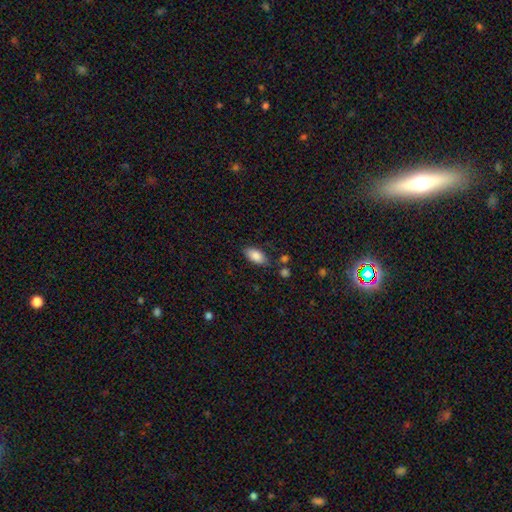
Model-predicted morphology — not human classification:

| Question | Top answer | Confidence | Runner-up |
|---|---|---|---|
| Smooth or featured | smooth | 86% | star or artifact (7%) |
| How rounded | in between | 92% | cigar-shaped (6%) |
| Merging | none | 78% | minor disturbance (14%) |